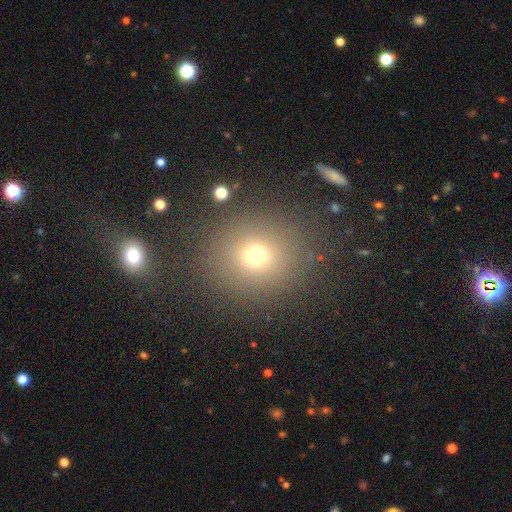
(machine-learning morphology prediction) smooth_or_featured: smooth (p=0.70) [alt: star or artifact p=0.20]
how_rounded: round (p=0.81) [alt: in between p=0.18]
merging: none (p=0.84) [alt: minor disturbance p=0.08]